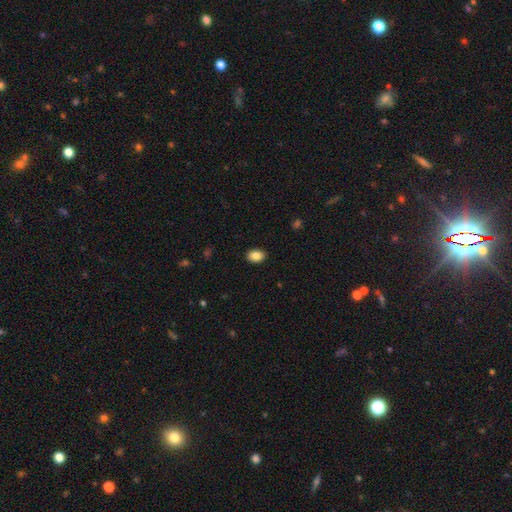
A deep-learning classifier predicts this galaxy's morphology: Smooth or featured: smooth — 87% (star or artifact — 8%)
How rounded: in between — 79% (round — 20%)
Merging: none — 89% (minor disturbance — 8%)